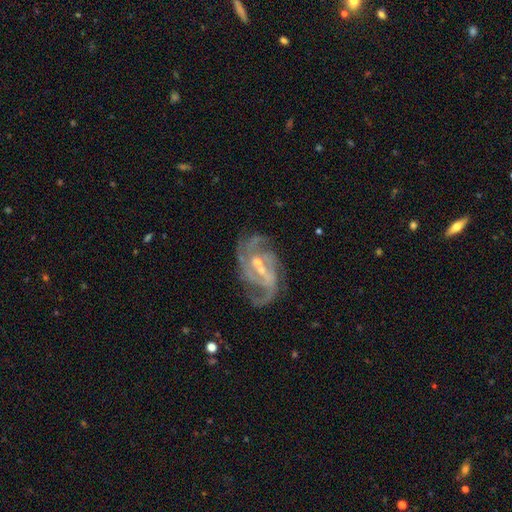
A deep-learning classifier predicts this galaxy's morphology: type=featured or disk (88%); edge-on=no (97%); bar=weak (46%); spiral arms=yes (97%); winding=medium (48%); arm count=3 (32%); bulge=small (60%); merging=none (61%).